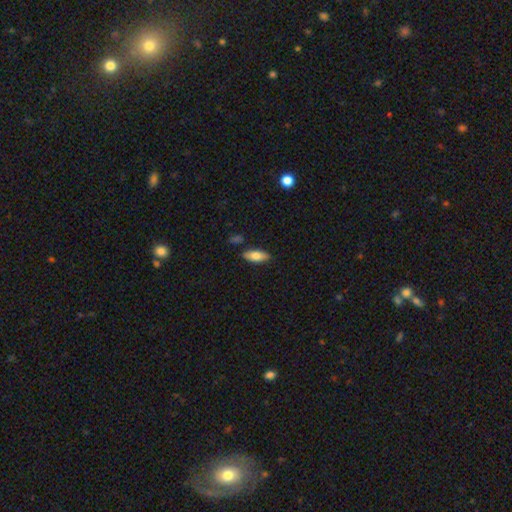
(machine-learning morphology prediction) This appears to be a smooth galaxy with no disk features (79%) that is in between round and cigar-shaped (78%). Merging: none (84%).